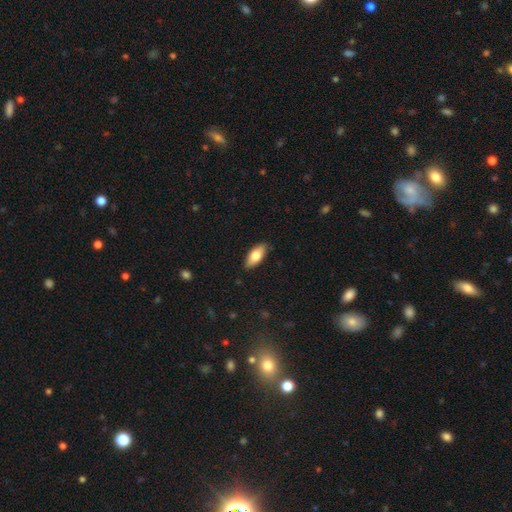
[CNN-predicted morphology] Smooth or featured?
  - smooth: 75% *
  - featured or disk: 19%
  - star or artifact: 6%
How rounded?
  - in between: 82% *
  - cigar-shaped: 15%
  - round: 2%
Merging?
  - none: 86% *
  - minor disturbance: 11%
  - major disturbance: 2%
  - merger: 1%